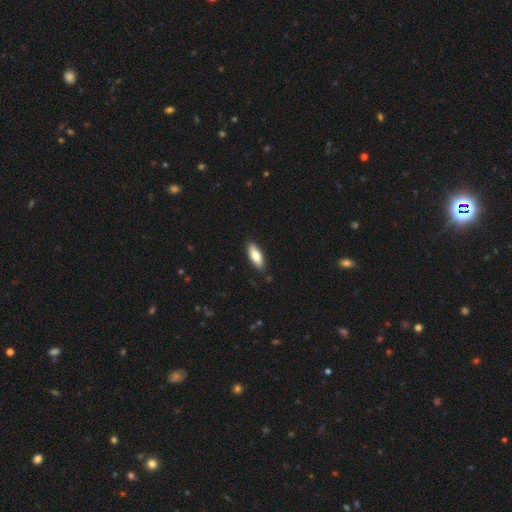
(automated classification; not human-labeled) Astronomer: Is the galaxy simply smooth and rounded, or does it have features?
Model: smooth — 78%.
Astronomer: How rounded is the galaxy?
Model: in between — 73%.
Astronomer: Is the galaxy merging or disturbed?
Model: none — 88%.